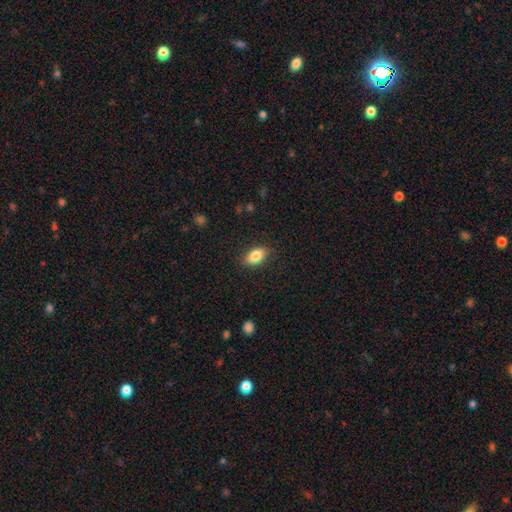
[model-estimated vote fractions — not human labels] A smooth galaxy with no disk features (85%) that is in between round and cigar-shaped (89%). Merging: none (87%).